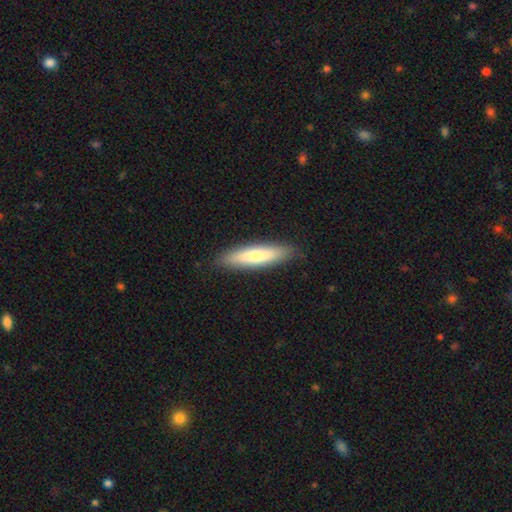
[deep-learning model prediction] Smooth or featured? Predicted: smooth (p=0.68). How rounded? Predicted: cigar-shaped (p=0.80). Merging? Predicted: none (p=0.90).